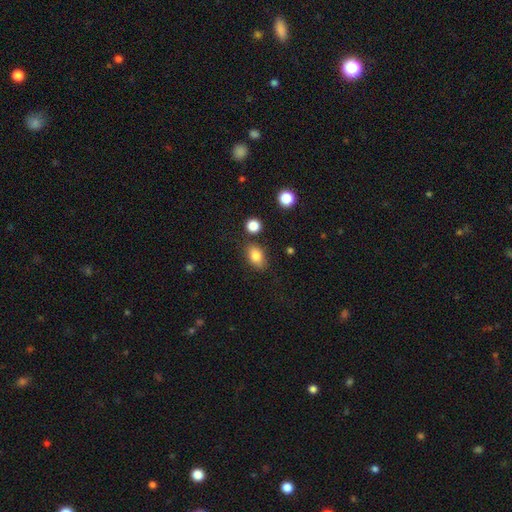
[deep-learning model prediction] A smooth galaxy with no disk features (83%) that is in between round and cigar-shaped (82%).

Vote fractions:
- Smooth or featured? smooth: 83% / star or artifact: 9% / featured or disk: 8%
- How rounded? in between: 82% / round: 16% / cigar-shaped: 2%
- Merging? none: 79% / minor disturbance: 14% / merger: 4% / major disturbance: 3%